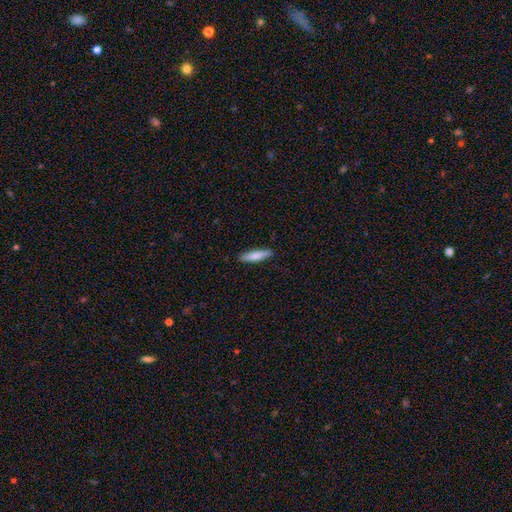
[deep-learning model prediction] smooth_or_featured: smooth (p=0.77) [alt: featured or disk p=0.18]
how_rounded: cigar-shaped (p=0.81) [alt: in between p=0.18]
merging: none (p=0.89) [alt: minor disturbance p=0.08]